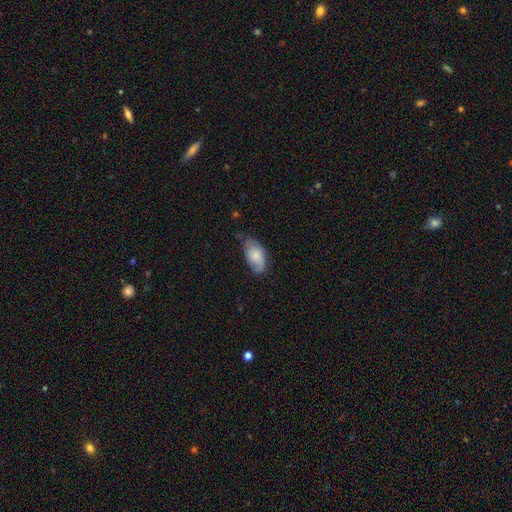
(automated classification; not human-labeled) Overall: smooth (62%; featured or disk 31%). How rounded: in between (93%). Merging: none (51%; minor disturbance 36%).